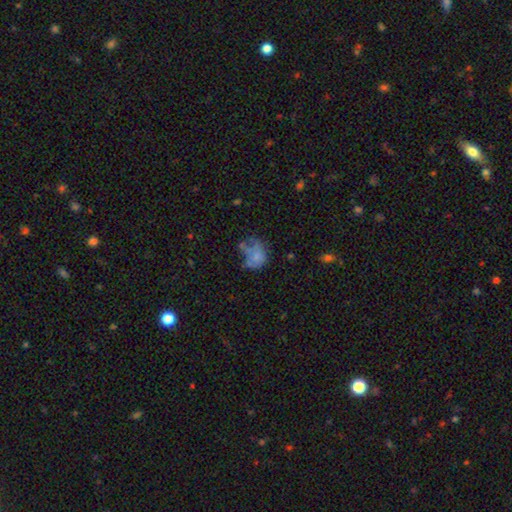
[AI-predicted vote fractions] This appears to be a smooth galaxy with no disk features (55%) that is in between round and cigar-shaped (53%). Merging: major disturbance (32%).